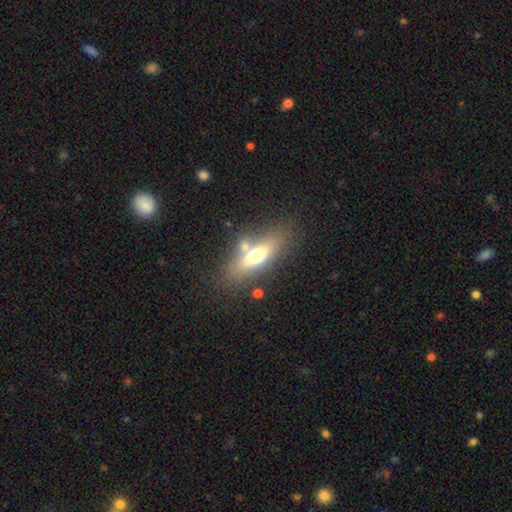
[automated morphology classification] smooth_or_featured: smooth (p=0.58) [alt: featured or disk p=0.33]
how_rounded: in between (p=0.58) [alt: cigar-shaped p=0.38]
merging: none (p=0.66) [alt: merger p=0.16]